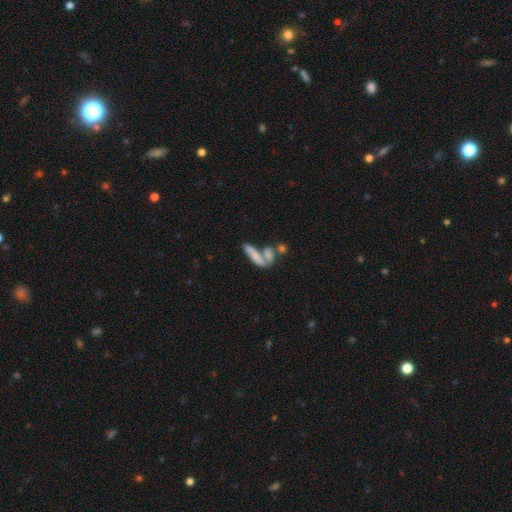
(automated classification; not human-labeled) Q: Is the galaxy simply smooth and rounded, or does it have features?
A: smooth — 66%.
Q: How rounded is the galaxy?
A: cigar-shaped — 55%.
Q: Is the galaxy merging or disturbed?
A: merger — 52%.